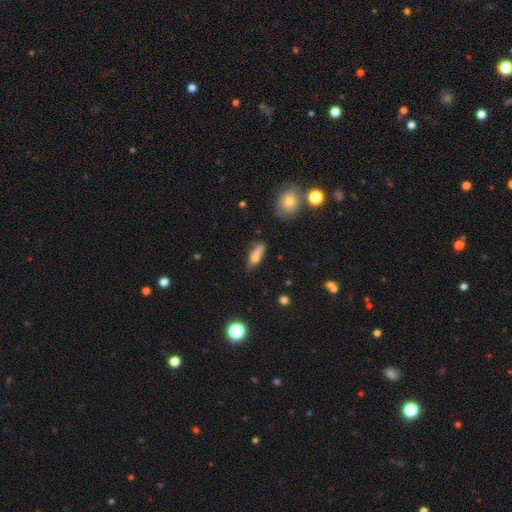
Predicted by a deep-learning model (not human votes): A smooth galaxy with no disk features (66%) that is cigar-shaped (49%). Merging: none (52%).